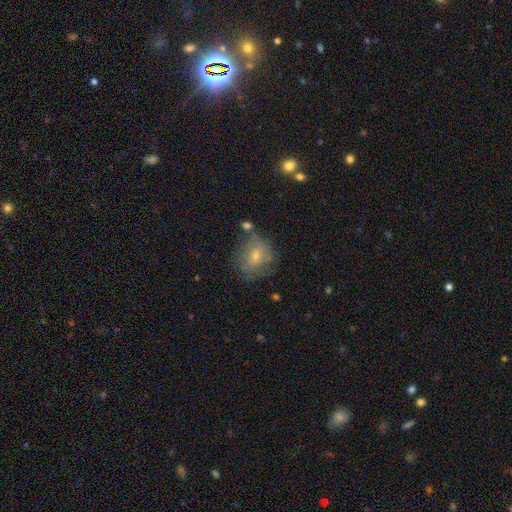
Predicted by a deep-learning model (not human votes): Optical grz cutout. It shows a smooth galaxy with no disk features (50%). Merging: none (61%).